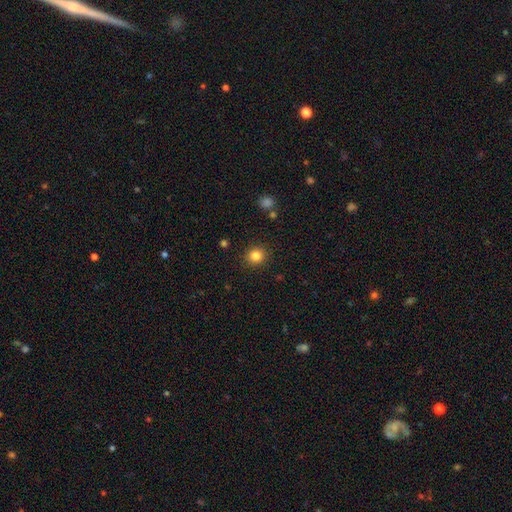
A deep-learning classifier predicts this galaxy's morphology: type=smooth (84%); roundness=round (84%); merging=none (89%).